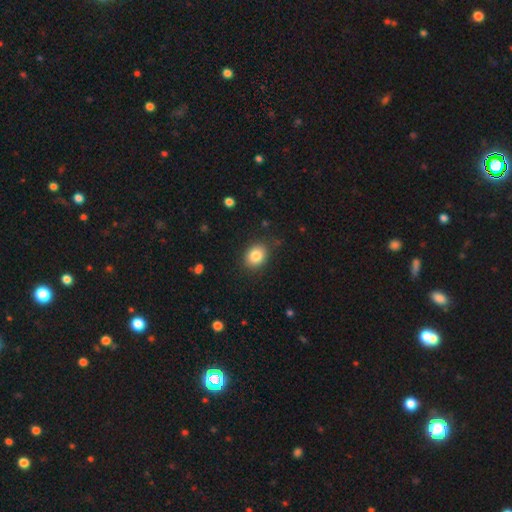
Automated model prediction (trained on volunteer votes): smooth_or_featured: smooth (p=0.84) [alt: star or artifact p=0.09]
how_rounded: in between (p=0.51) [alt: round p=0.48]
merging: none (p=0.84) [alt: minor disturbance p=0.12]